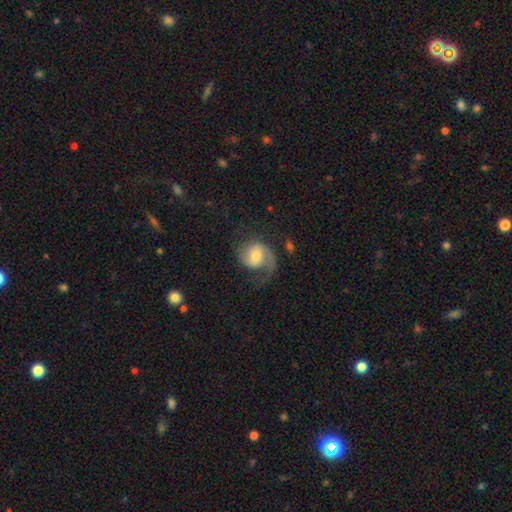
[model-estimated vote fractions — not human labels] Q: Smooth or featured?
A: featured or disk (72%); runner-up: smooth (21%)
Q: Edge-on disk?
A: no (97%); runner-up: yes (3%)
Q: Bar?
A: no (47%); runner-up: weak (42%)
Q: Spiral arms?
A: yes (93%); runner-up: no (7%)
Q: Spiral winding?
A: medium (44%); runner-up: loose (38%)
Q: Spiral arm count?
A: 2 (57%); runner-up: 1 (35%)
Q: Bulge size?
A: moderate (55%); runner-up: small (32%)
Q: Merging?
A: none (52%); runner-up: major disturbance (26%)